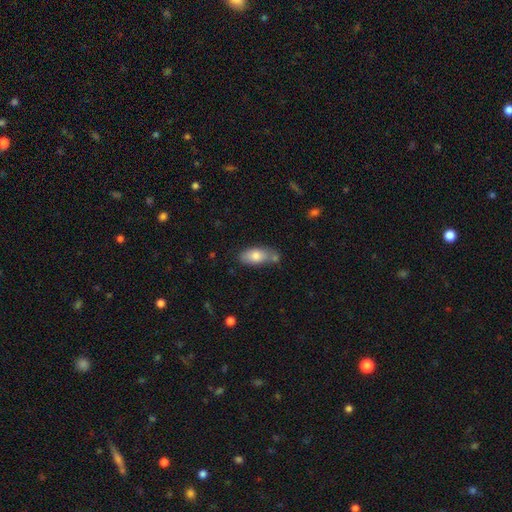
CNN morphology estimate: A smooth galaxy with no disk features (78%) that is in between round and cigar-shaped (87%). Merging: none (58%).